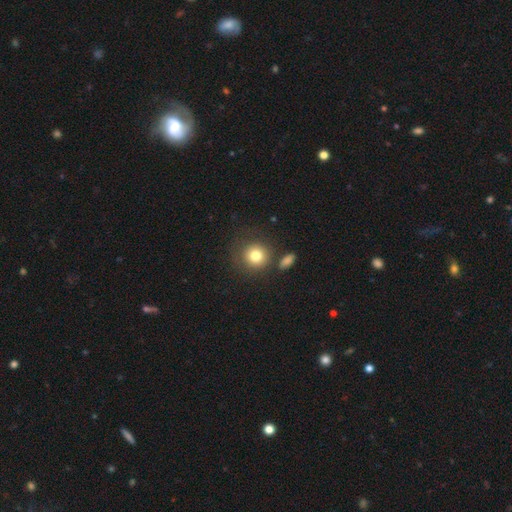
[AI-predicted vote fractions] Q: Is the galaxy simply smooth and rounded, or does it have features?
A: smooth — 80%.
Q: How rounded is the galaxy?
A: round — 91%.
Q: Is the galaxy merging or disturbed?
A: none — 73%.